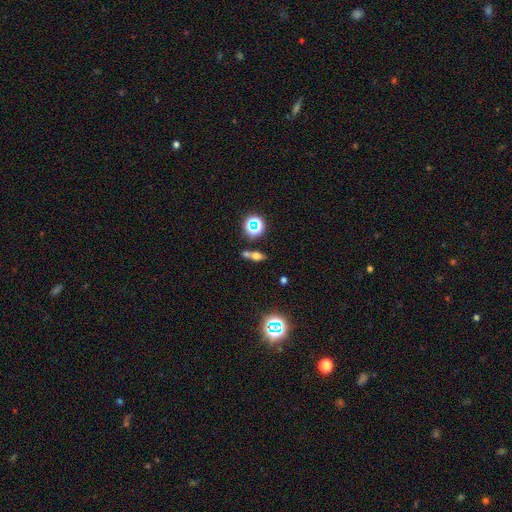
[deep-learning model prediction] smooth-or-featured: smooth: 56% | star or artifact: 24% | featured or disk: 19%
  how-rounded: in between: 60% | round: 21% | cigar-shaped: 20%
  merging: none: 49% | merger: 36% | minor disturbance: 11% | major disturbance: 5%